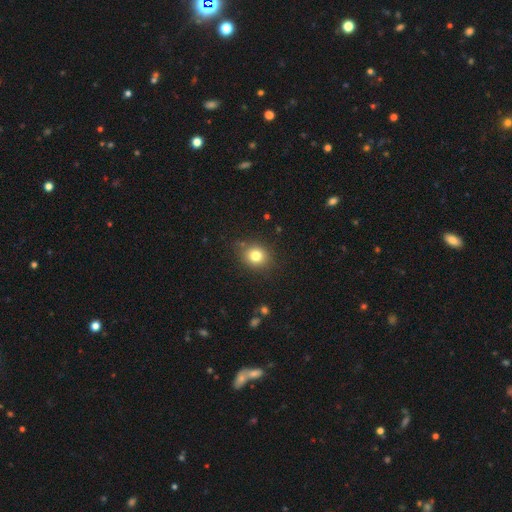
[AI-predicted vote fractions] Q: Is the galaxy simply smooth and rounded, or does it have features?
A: smooth — 80%.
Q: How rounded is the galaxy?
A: round — 73%.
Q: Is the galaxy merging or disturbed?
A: none — 83%.